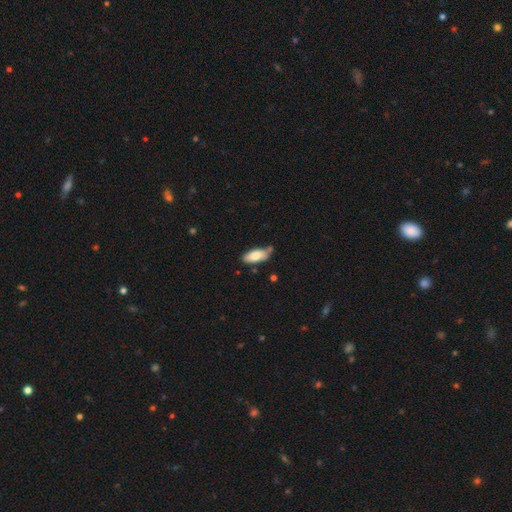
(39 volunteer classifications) smooth 82%, featured or disk 13%, star or artifact 5%. Down the decision tree: how rounded — in between (91%); merging — none (73%).